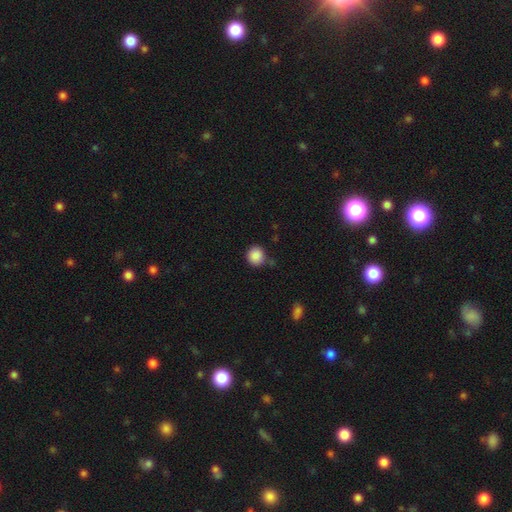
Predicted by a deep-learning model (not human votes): smooth-or-featured: smooth: 88% | star or artifact: 9% | featured or disk: 4%
  how-rounded: round: 88% | in between: 11% | cigar-shaped: 1%
  merging: none: 75% | minor disturbance: 17% | merger: 5% | major disturbance: 4%